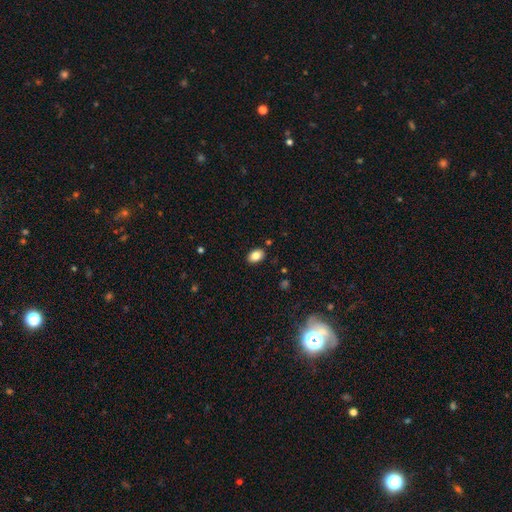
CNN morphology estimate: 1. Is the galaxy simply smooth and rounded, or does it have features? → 84% smooth, 9% star or artifact, 7% featured or disk.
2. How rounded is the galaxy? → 84% in between, 15% round, 1% cigar-shaped.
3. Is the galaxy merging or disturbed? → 87% none, 9% minor disturbance, 2% major disturbance, 2% merger.